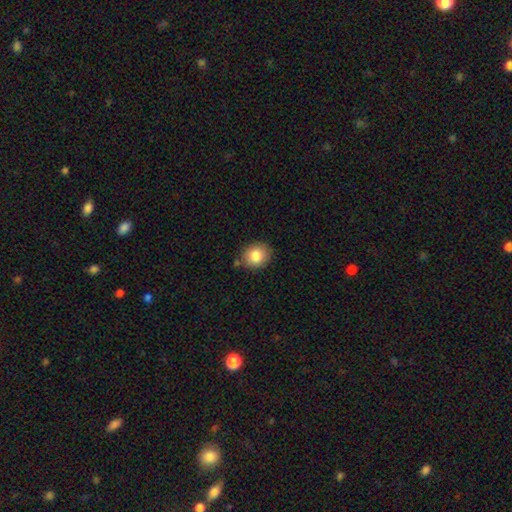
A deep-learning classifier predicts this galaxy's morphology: A smooth galaxy with no disk features (83%) that is round (66%). Merging: none (82%).